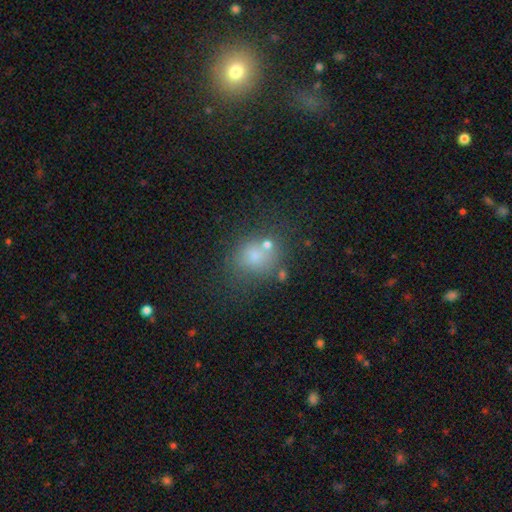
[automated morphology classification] smooth-or-featured: smooth: 70% | star or artifact: 17% | featured or disk: 13%
  how-rounded: round: 69% | in between: 30% | cigar-shaped: 1%
  merging: none: 57% | merger: 18% | minor disturbance: 16% | major disturbance: 9%